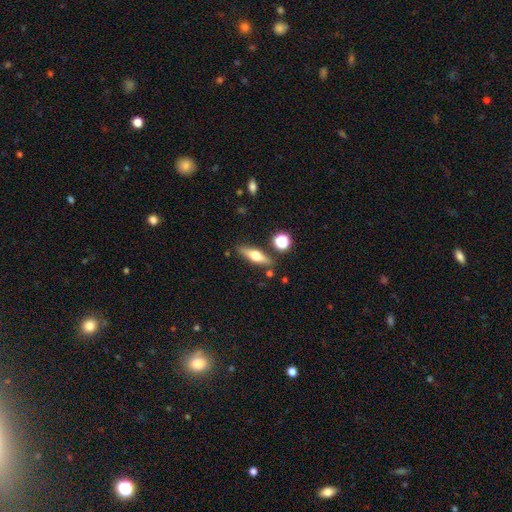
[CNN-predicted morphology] type=featured or disk (53%); edge-on=yes (91%); merging=none (82%).